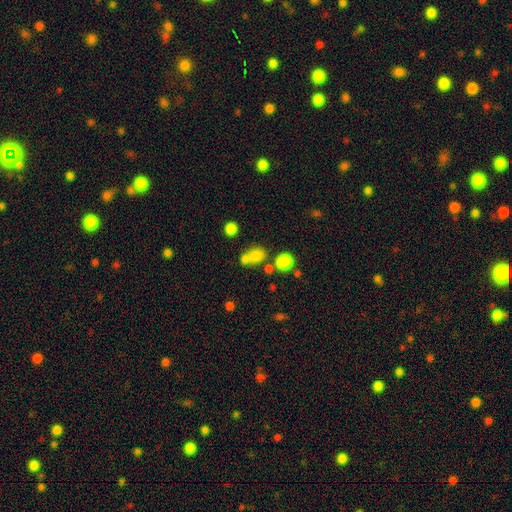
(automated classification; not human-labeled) Overall: smooth (75%). How rounded: in between (50%; round 48%). Merging: none (45%; merger 36%).